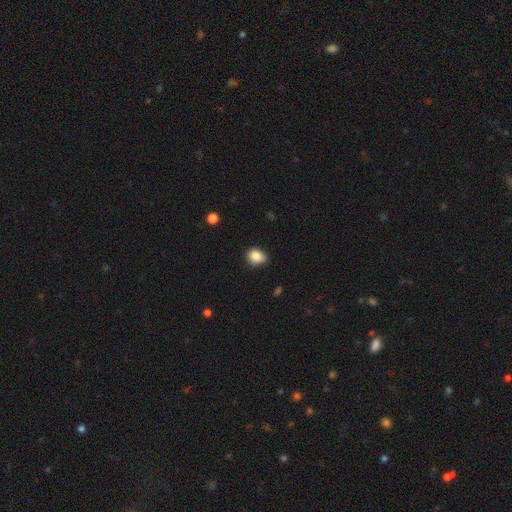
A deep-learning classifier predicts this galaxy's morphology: Smooth or featured: smooth — 86% (star or artifact — 9%)
How rounded: round — 50% (in between — 49%)
Merging: none — 72% (minor disturbance — 23%)